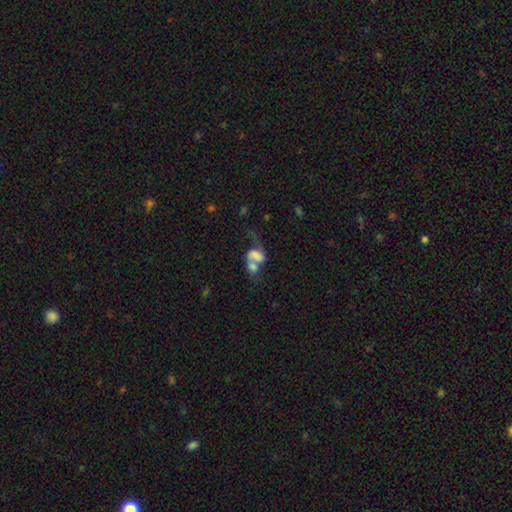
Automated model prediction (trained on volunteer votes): Smooth or featured?
  - smooth: 53% *
  - featured or disk: 36%
  - star or artifact: 12%
How rounded?
  - in between: 71% *
  - round: 27%
  - cigar-shaped: 2%
Merging?
  - merger: 64% *
  - major disturbance: 16%
  - none: 12%
  - minor disturbance: 7%